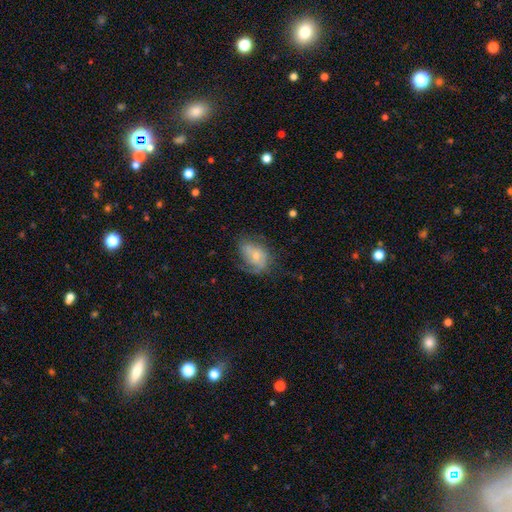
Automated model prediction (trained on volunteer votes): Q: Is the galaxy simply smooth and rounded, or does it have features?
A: featured or disk — 59%.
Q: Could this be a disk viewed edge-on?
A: no — 96%.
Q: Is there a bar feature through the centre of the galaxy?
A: no — 73%.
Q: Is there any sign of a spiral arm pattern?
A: yes — 79%.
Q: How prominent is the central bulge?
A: small — 59%.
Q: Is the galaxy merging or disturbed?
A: none — 48%.